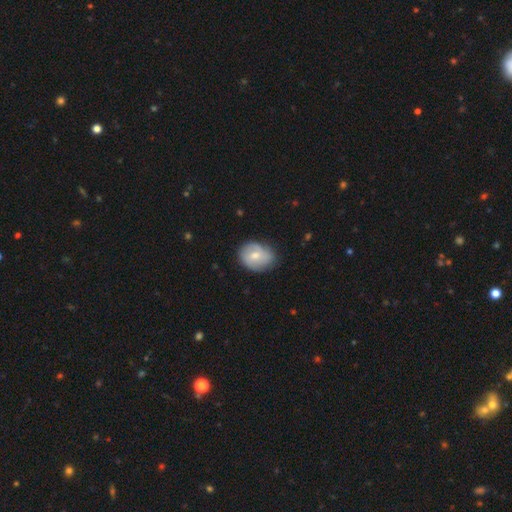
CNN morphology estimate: smooth_or_featured: smooth (p=0.57) [alt: featured or disk p=0.37]
how_rounded: in between (p=0.55) [alt: round p=0.44]
merging: none (p=0.69) [alt: minor disturbance p=0.24]